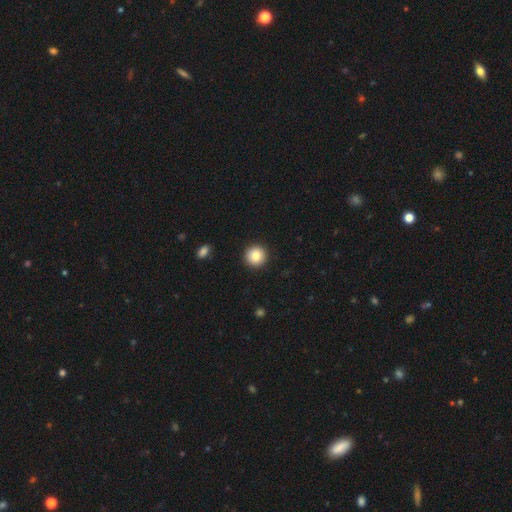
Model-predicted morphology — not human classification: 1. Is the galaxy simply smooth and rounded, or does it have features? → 83% smooth, 9% star or artifact, 8% featured or disk.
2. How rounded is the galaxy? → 96% round, 3% in between, 1% cigar-shaped.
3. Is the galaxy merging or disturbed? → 93% none, 5% minor disturbance, 2% major disturbance, 1% merger.